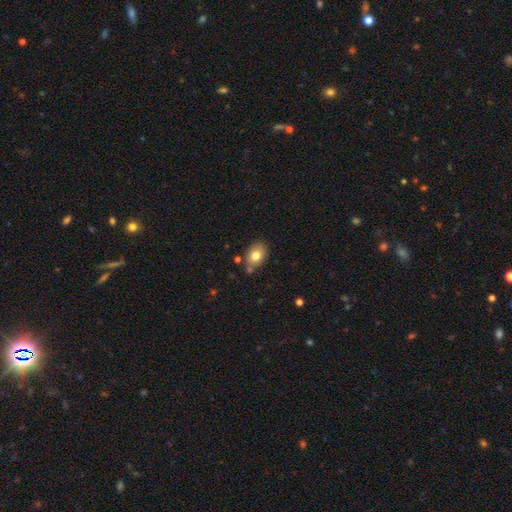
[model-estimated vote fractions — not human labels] Smooth or featured: smooth — 77% (featured or disk — 14%)
How rounded: in between — 74% (round — 25%)
Merging: none — 74% (minor disturbance — 15%)